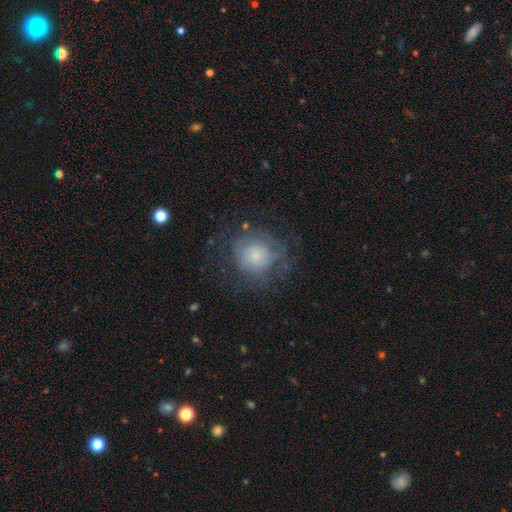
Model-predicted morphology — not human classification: This appears to be a smooth galaxy with no disk features (57%) that is round (87%). Merging: none (62%).